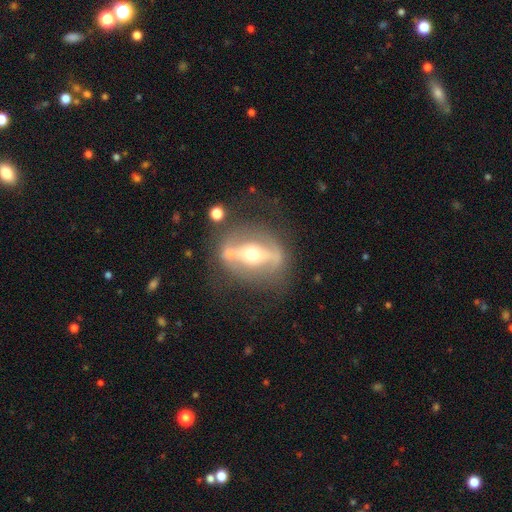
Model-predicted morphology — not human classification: Smooth or featured: featured or disk — 72% (smooth — 19%)
Edge-on disk: no — 78% (yes — 22%)
Bar: strong — 58% (no — 22%)
Spiral arms: no — 69% (yes — 31%)
Bulge size: moderate — 65% (small — 24%)
Merging: none — 59% (minor disturbance — 18%)